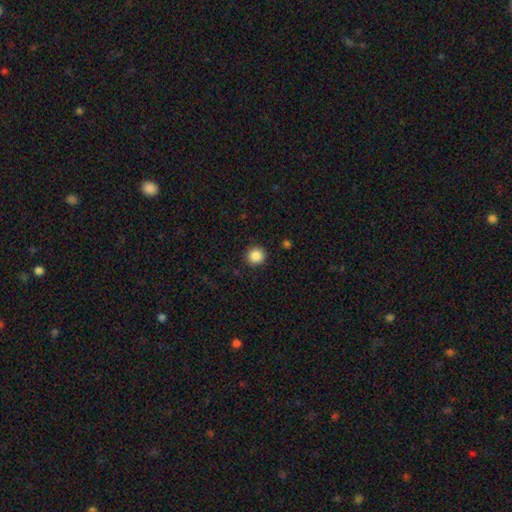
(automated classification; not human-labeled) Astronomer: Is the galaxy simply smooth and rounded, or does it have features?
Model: smooth — 87%.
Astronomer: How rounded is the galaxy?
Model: round — 94%.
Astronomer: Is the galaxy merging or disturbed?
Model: none — 92%.